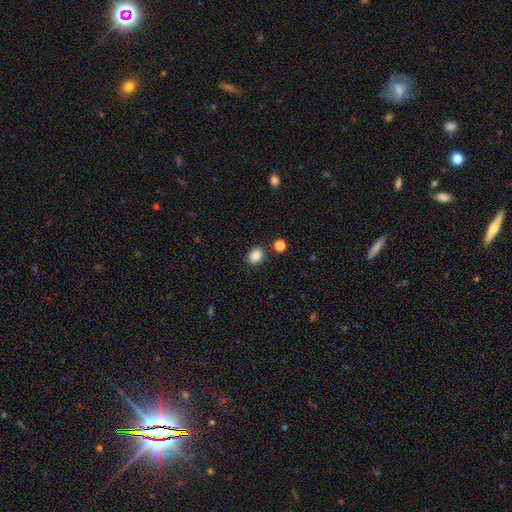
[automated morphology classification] type=smooth (86%); roundness=in between (59%); merging=none (84%).